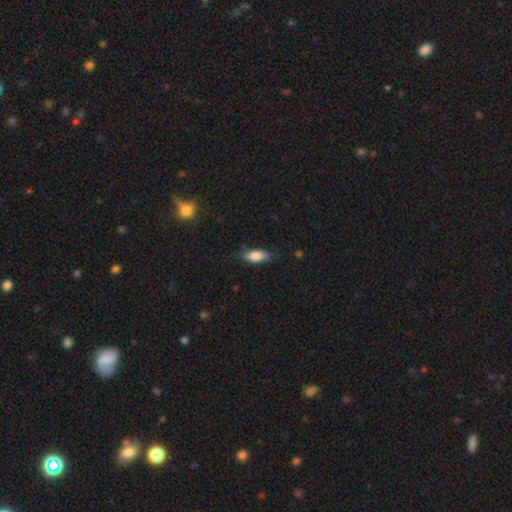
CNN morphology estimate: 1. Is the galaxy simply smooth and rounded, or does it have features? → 83% smooth, 10% featured or disk, 7% star or artifact.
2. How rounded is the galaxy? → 81% in between, 16% cigar-shaped, 3% round.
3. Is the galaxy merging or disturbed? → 78% none, 17% minor disturbance, 4% major disturbance, 1% merger.